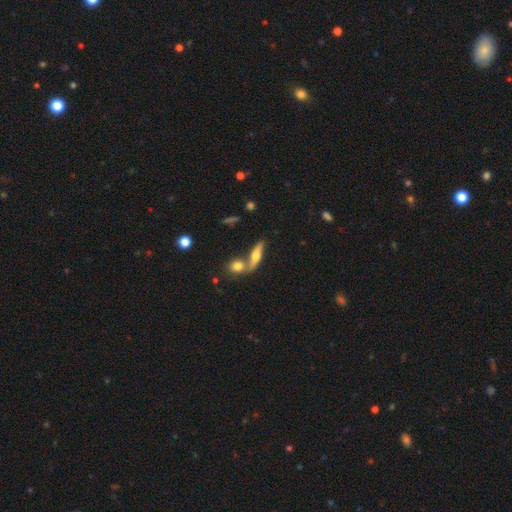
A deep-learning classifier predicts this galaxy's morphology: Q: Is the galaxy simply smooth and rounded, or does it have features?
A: smooth — 48%.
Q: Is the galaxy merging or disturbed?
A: none — 48%.